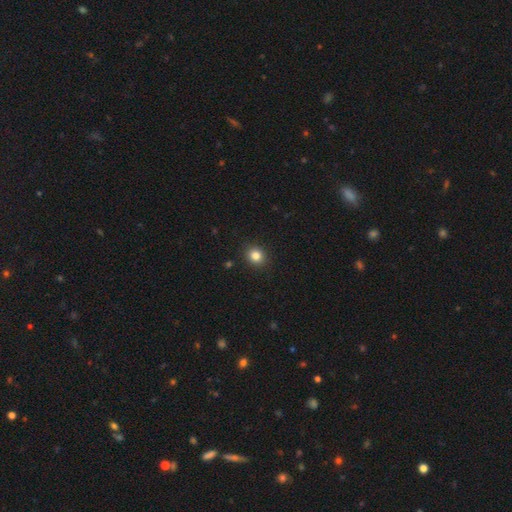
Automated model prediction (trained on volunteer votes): A smooth galaxy with no disk features (83%) that is round (78%). Merging: none (91%).